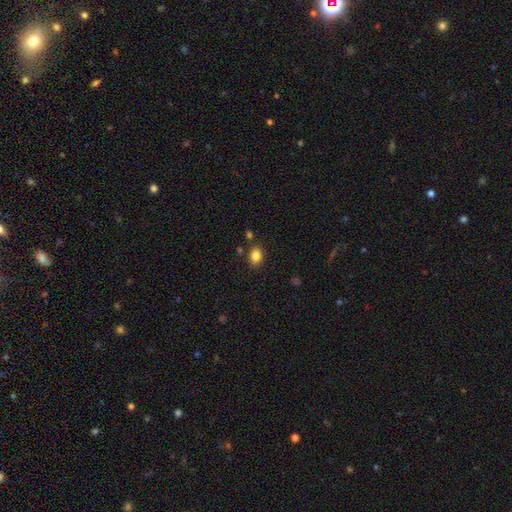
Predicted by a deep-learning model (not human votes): smooth_or_featured: smooth (p=0.84) [alt: star or artifact p=0.10]
how_rounded: in between (p=0.59) [alt: round p=0.40]
merging: none (p=0.82) [alt: minor disturbance p=0.11]